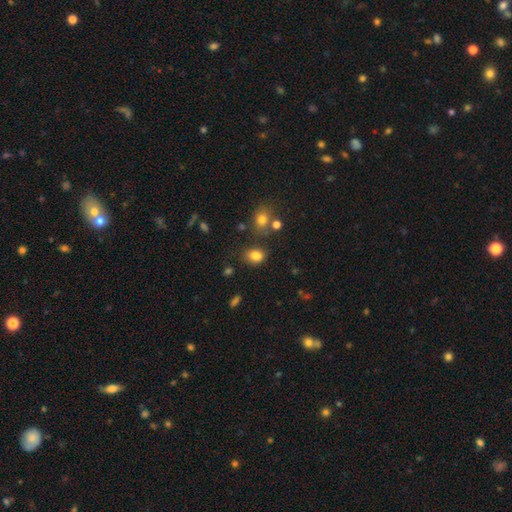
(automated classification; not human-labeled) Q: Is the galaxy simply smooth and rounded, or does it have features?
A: smooth — 82%.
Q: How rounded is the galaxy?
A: in between — 68%.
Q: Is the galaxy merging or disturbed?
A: none — 69%.